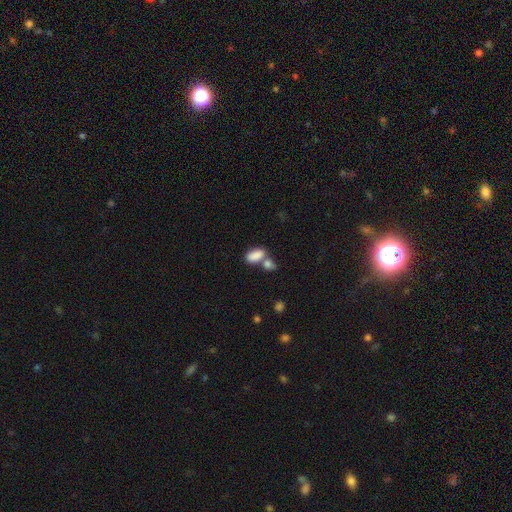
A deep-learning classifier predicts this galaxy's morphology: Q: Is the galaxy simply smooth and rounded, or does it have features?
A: smooth — 85%.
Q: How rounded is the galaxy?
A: in between — 91%.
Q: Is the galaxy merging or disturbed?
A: merger — 50%.